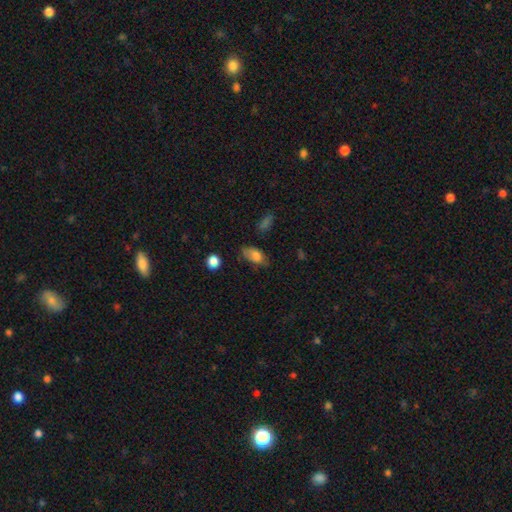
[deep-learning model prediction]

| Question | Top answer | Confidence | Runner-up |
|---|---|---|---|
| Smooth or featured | smooth | 78% | featured or disk (13%) |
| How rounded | in between | 88% | round (6%) |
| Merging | none | 55% | minor disturbance (31%) |